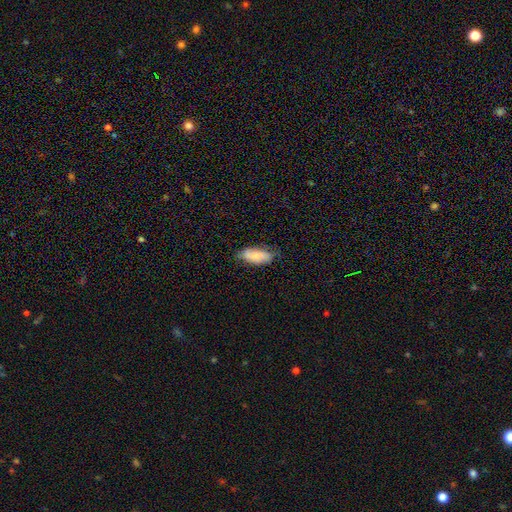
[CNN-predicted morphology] smooth 80%, featured or disk 14%, star or artifact 6%. Down the decision tree: how rounded — in between (80%); merging — none (69%).